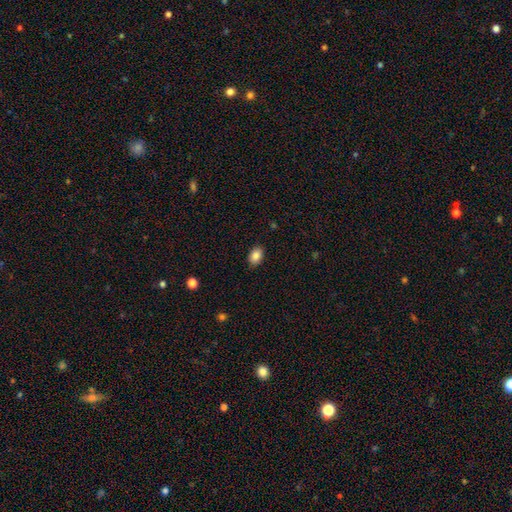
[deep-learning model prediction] This appears to be a smooth galaxy with no disk features (87%) that is in between round and cigar-shaped (85%). Merging: none (88%).